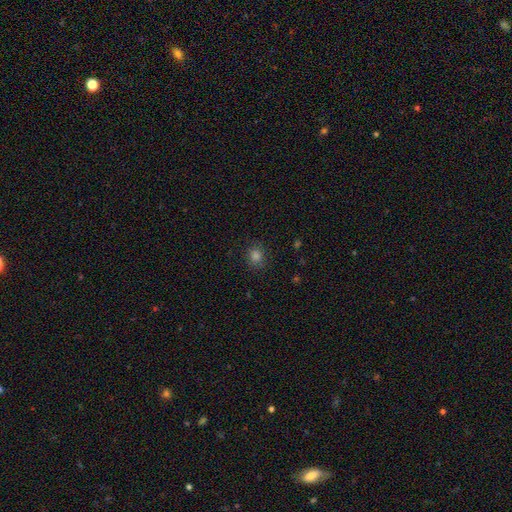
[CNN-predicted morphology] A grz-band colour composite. It shows a smooth galaxy with no disk features (78%) that is round (84%). Merging: none (88%).